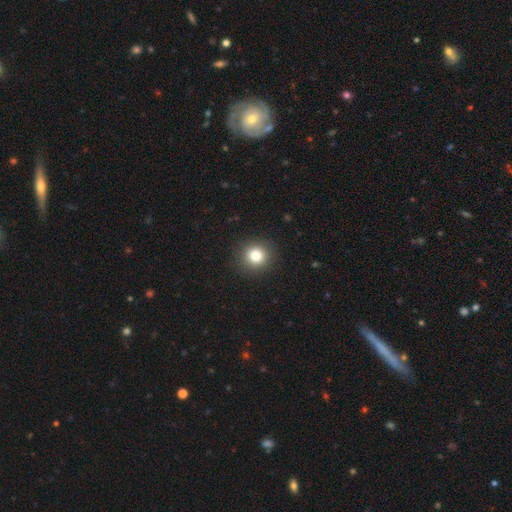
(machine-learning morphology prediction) This appears to be a smooth galaxy with no disk features (82%) that is round (90%). Merging: none (91%).